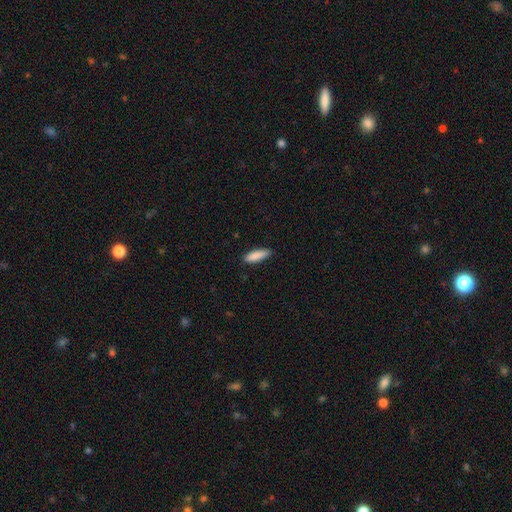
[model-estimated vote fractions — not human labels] Overall: smooth (88%). How rounded: cigar-shaped (57%; in between 42%). Merging: none (83%).